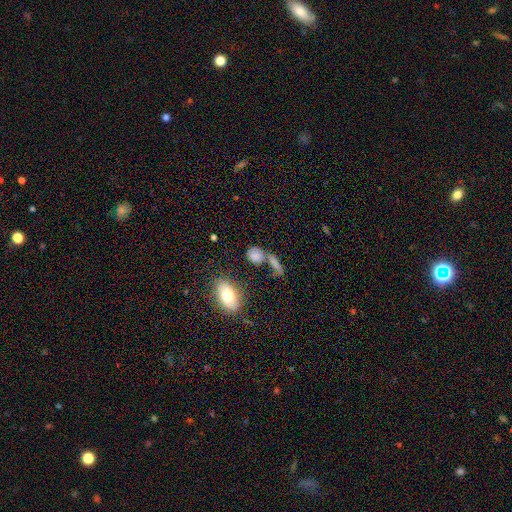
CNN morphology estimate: A smooth galaxy with no disk features (76%) that is round (49%). Merging: none (50%).